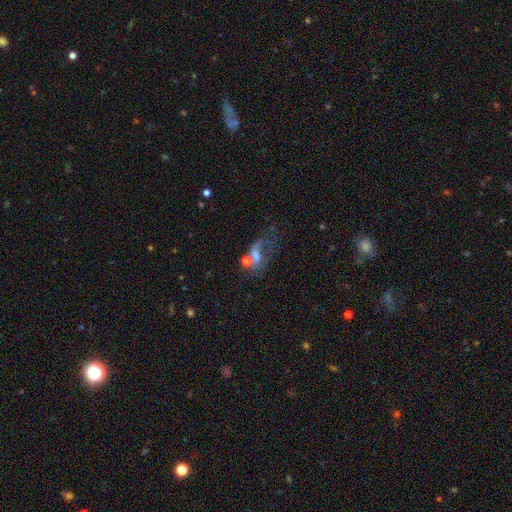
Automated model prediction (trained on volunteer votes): smooth-or-featured: featured or disk: 48% | smooth: 33% | star or artifact: 19%
  merging: major disturbance: 40% | none: 23% | merger: 23% | minor disturbance: 14%